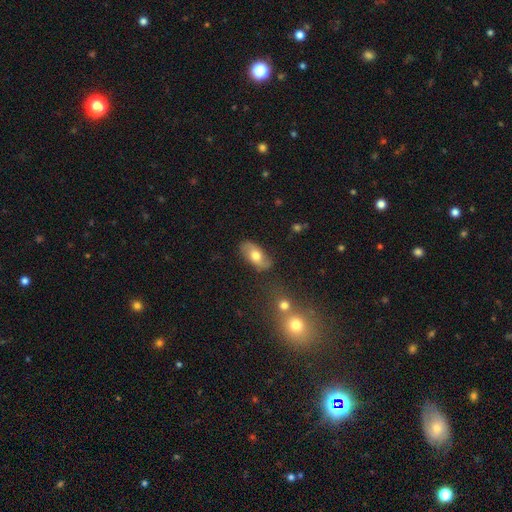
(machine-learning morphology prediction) smooth-or-featured: smooth: 60% | featured or disk: 33% | star or artifact: 7%
  how-rounded: in between: 91% | round: 5% | cigar-shaped: 4%
  merging: none: 80% | minor disturbance: 14% | major disturbance: 4% | merger: 2%